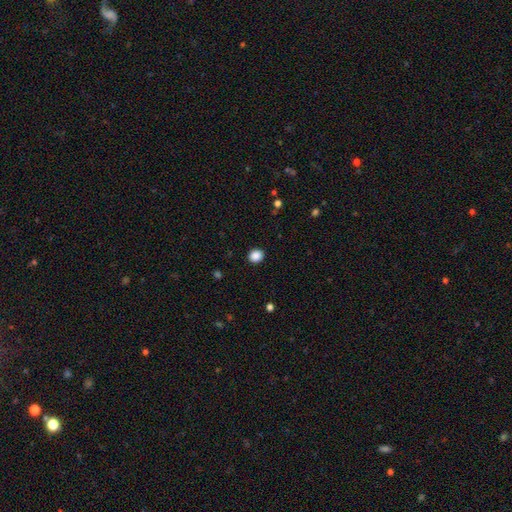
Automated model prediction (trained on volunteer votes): Overall: smooth (88%). How rounded: round (77%). Merging: none (92%).